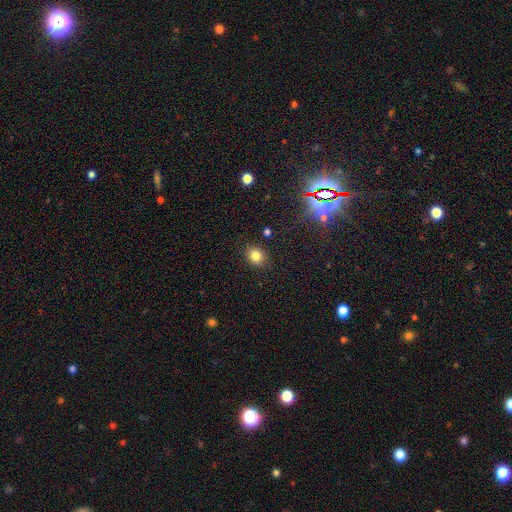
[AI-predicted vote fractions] smooth 81%, star or artifact 13%, featured or disk 7%. Down the decision tree: how rounded — round (60%); merging — none (87%).